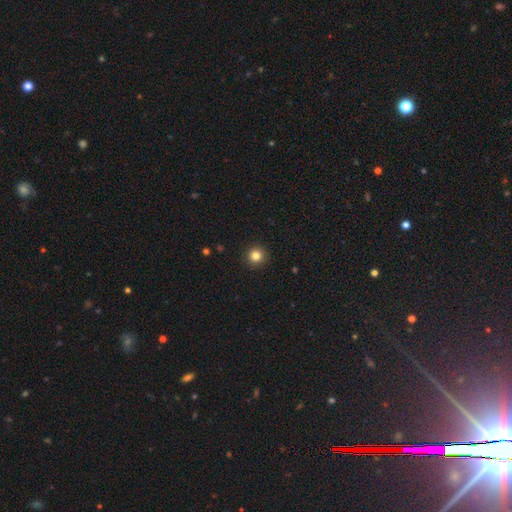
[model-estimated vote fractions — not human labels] Smooth or featured? Predicted: smooth (p=0.83). How rounded? Predicted: round (p=0.95). Merging? Predicted: none (p=0.93).